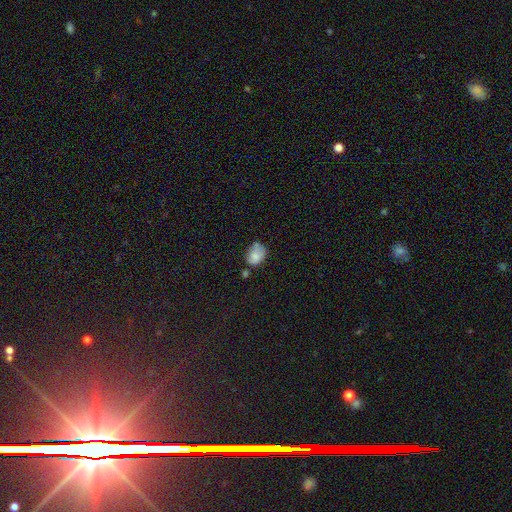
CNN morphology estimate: smooth 77%, featured or disk 14%, star or artifact 10%. Down the decision tree: how rounded — in between (68%); merging — none (49%).